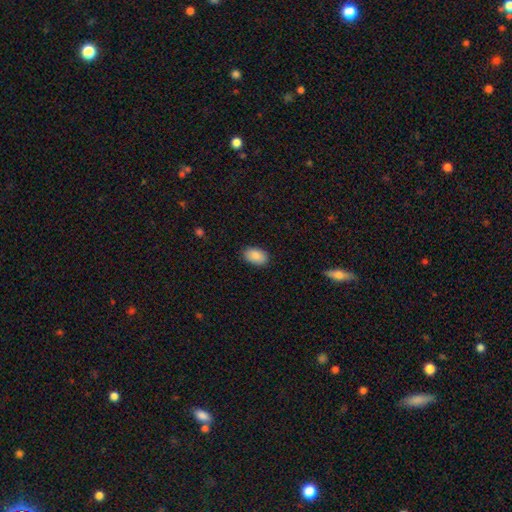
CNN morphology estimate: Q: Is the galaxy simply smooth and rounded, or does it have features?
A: smooth — 89%.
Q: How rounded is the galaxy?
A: in between — 92%.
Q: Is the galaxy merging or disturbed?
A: none — 88%.